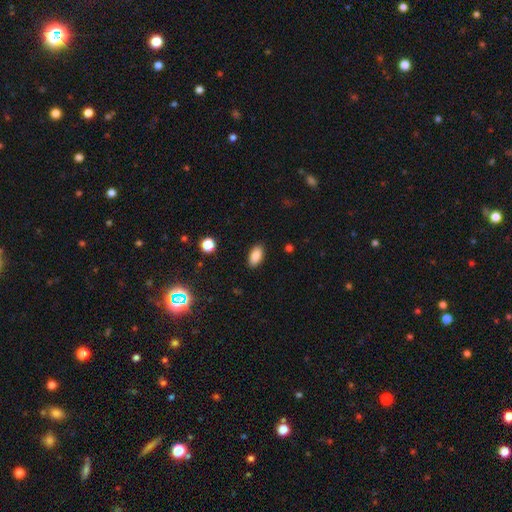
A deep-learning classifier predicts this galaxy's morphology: Smooth or featured? Predicted: smooth (p=0.87). How rounded? Predicted: in between (p=0.92). Merging? Predicted: none (p=0.89).